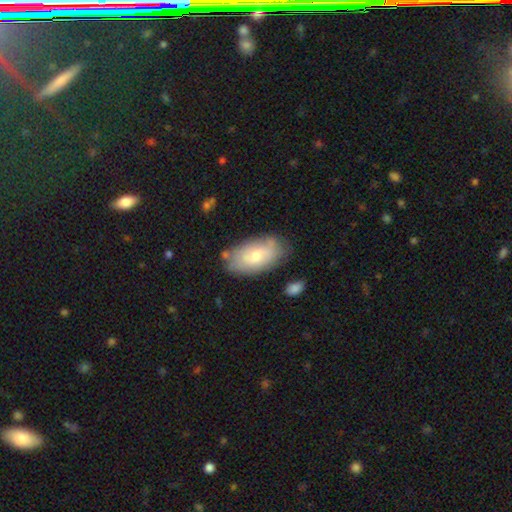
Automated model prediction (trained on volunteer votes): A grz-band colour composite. It shows a smooth galaxy with no disk features (64%) that is in between round and cigar-shaped (93%). Merging: none (72%).